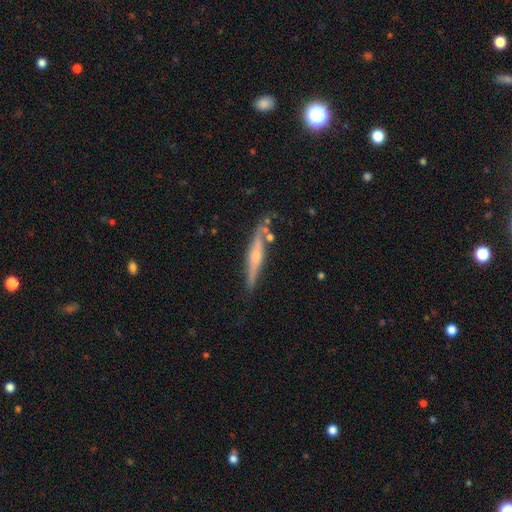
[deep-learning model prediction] This is likely a featured or disk galaxy (60%). It is clearly viewed edge-on (94%). Edge-on bulge: likely rounded (63%). Merging: likely none (73%).